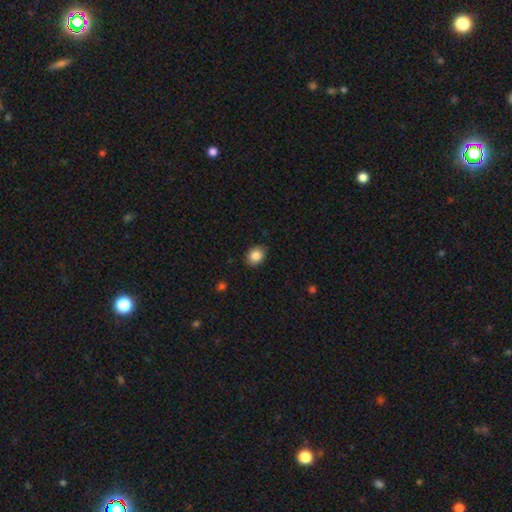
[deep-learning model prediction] A smooth galaxy with no disk features (86%) that is in between round and cigar-shaped (50%). Merging: none (86%).